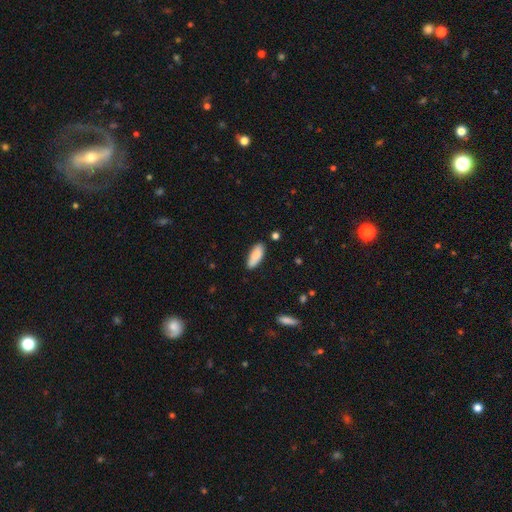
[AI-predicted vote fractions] smooth-or-featured: smooth: 88% | featured or disk: 6% | star or artifact: 6%
  how-rounded: in between: 73% | cigar-shaped: 25% | round: 2%
  merging: none: 83% | minor disturbance: 13% | major disturbance: 2% | merger: 2%